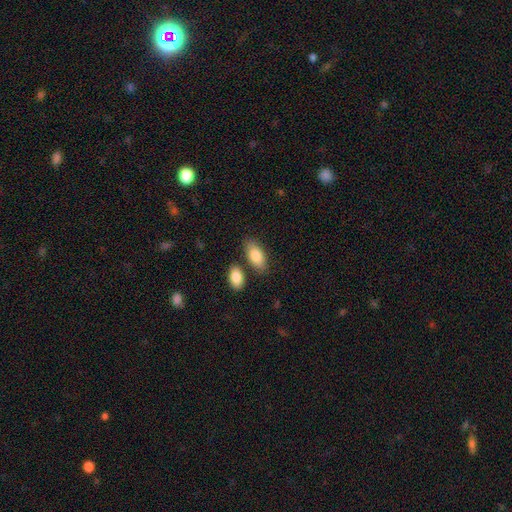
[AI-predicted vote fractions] smooth-or-featured: smooth: 84% | featured or disk: 10% | star or artifact: 6%
  how-rounded: in between: 92% | cigar-shaped: 5% | round: 3%
  merging: none: 72% | minor disturbance: 12% | merger: 12% | major disturbance: 3%